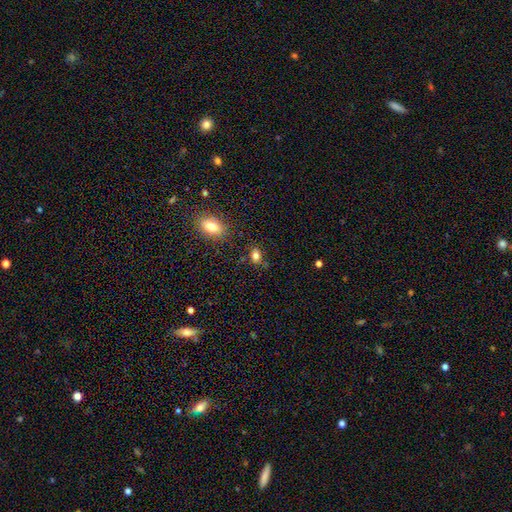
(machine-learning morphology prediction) This is clearly a smooth galaxy (81%). How rounded: likely in between (77%). Merging: likely none (77%).